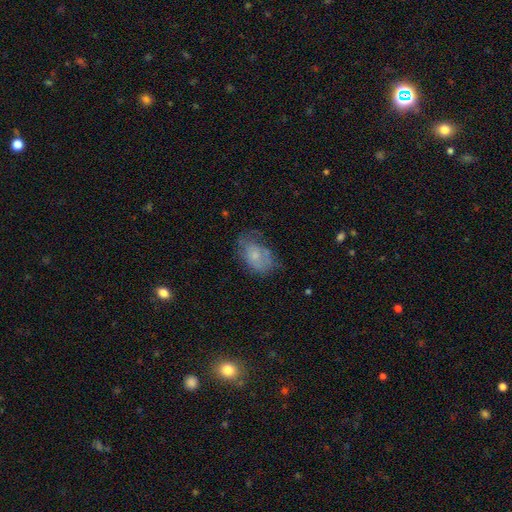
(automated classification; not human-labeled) Smooth or featured? smooth (56%)
How rounded? in between (85%)
Merging? none (46%)